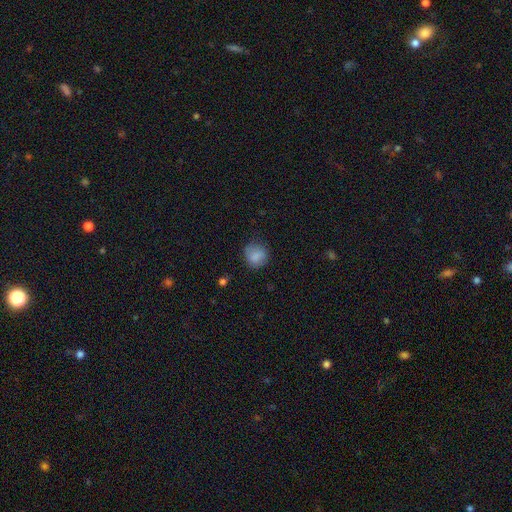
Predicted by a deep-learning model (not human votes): Smooth or featured? Predicted: smooth (p=0.81). How rounded? Predicted: round (p=0.72). Merging? Predicted: none (p=0.69).